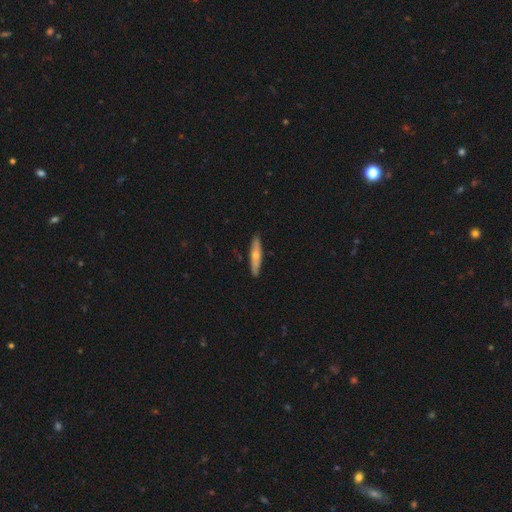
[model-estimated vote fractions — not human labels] smooth-or-featured: smooth: 53% | featured or disk: 41% | star or artifact: 5%
  how-rounded: cigar-shaped: 85% | in between: 13% | round: 2%
  merging: none: 88% | minor disturbance: 9% | major disturbance: 1% | merger: 1%